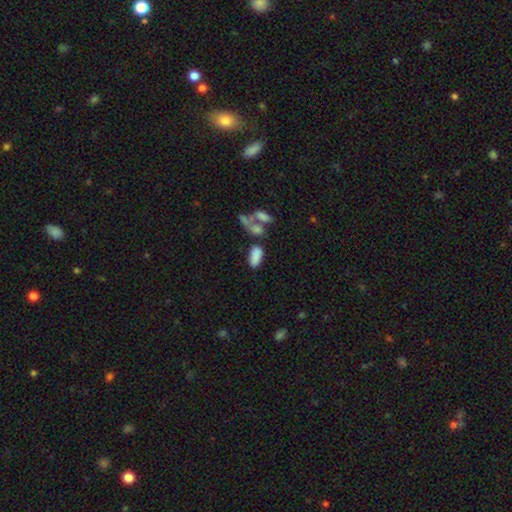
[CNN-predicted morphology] This appears to be a smooth galaxy with no disk features (80%) that is in between round and cigar-shaped (90%). Merging: none (45%).